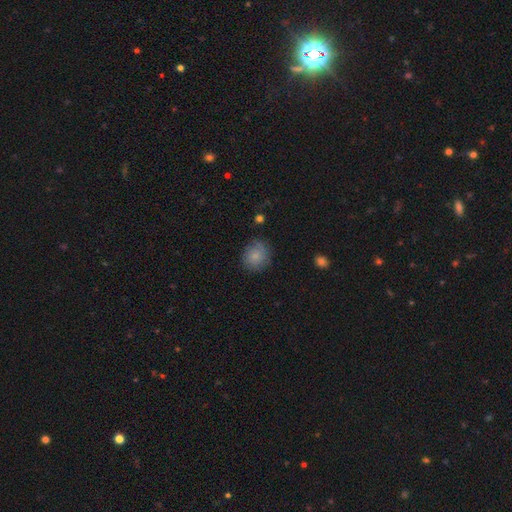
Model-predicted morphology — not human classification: Smooth or featured? smooth (77%)
How rounded? round (83%)
Merging? none (77%)